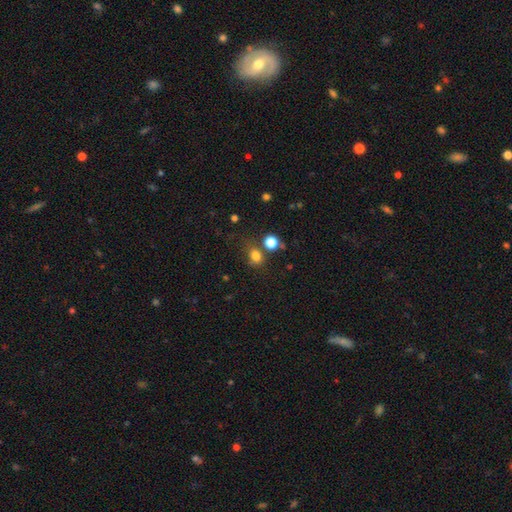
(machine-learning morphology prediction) A smooth galaxy with no disk features (78%) that is round (51%).

Vote fractions:
- Smooth or featured? smooth: 78% / star or artifact: 16% / featured or disk: 6%
- How rounded? round: 51% / in between: 48% / cigar-shaped: 1%
- Merging? none: 61% / merger: 17% / minor disturbance: 15% / major disturbance: 7%